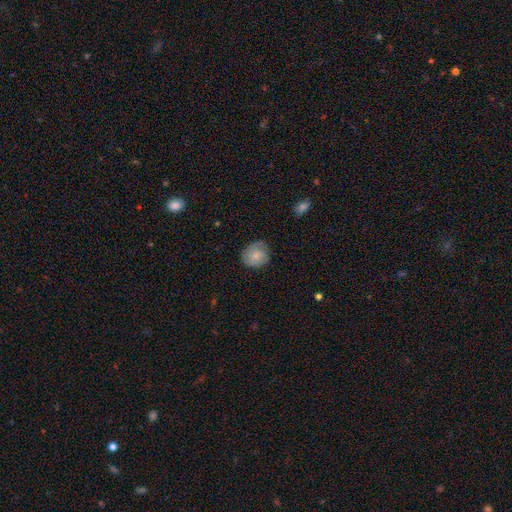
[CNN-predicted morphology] This is likely a smooth galaxy (71%). How rounded: likely round (80%). Merging: likely none (69%).